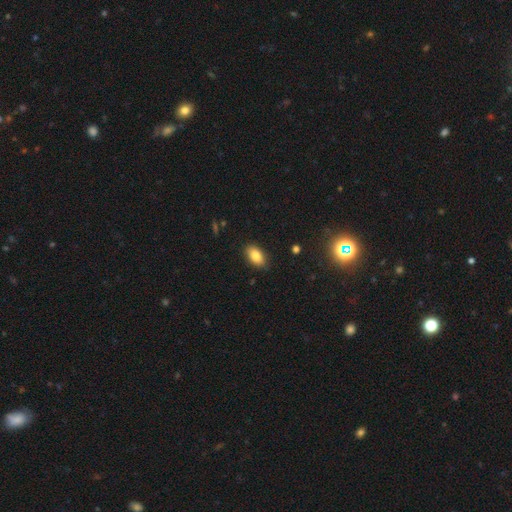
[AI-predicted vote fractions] The model was most divided on "smooth or featured": smooth: 83%, featured or disk: 9%, star or artifact: 8%. More confident: how rounded — in between (91%); merging — none (86%).